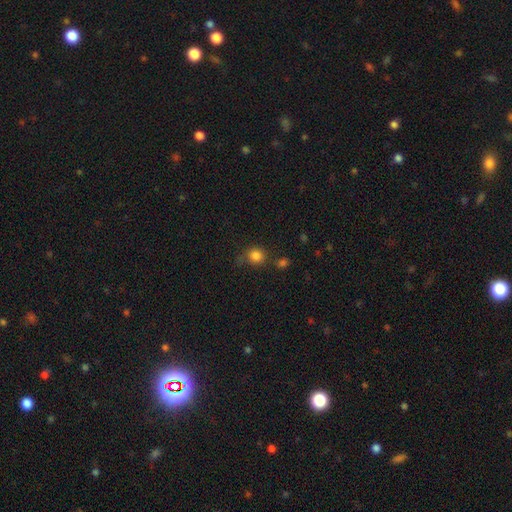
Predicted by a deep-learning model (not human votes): The model was most divided on "merging": none: 67%, minor disturbance: 17%, merger: 9%, major disturbance: 7%. More confident: how rounded — round (86%); smooth or featured — smooth (83%).